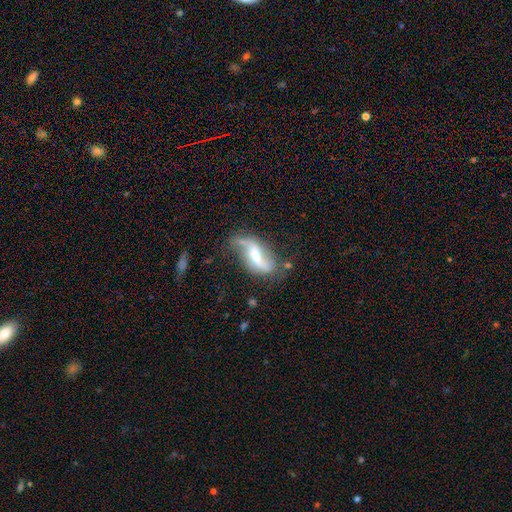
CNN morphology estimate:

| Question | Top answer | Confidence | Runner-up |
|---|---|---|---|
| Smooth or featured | featured or disk | 79% | smooth (15%) |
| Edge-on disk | no | 93% | yes (7%) |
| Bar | weak | 40% | strong (36%) |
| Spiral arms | yes | 90% | no (10%) |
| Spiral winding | loose | 82% | medium (13%) |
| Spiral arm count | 2 | 88% | 1 (6%) |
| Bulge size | moderate | 55% | small (37%) |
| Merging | none | 58% | minor disturbance (24%) |